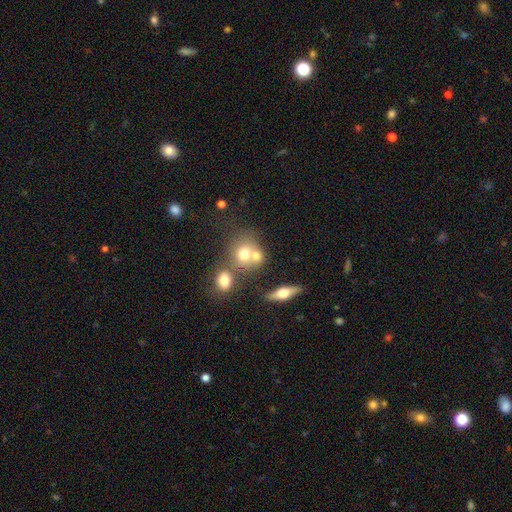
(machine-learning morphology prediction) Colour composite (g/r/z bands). It shows a smooth galaxy with no disk features (66%) that is round (75%). Merging: merger (45%).